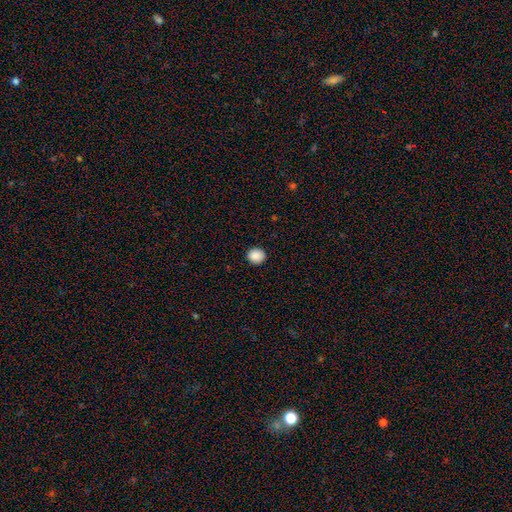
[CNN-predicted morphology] smooth 89%, star or artifact 9%, featured or disk 3%. Down the decision tree: how rounded — round (81%); merging — none (92%).